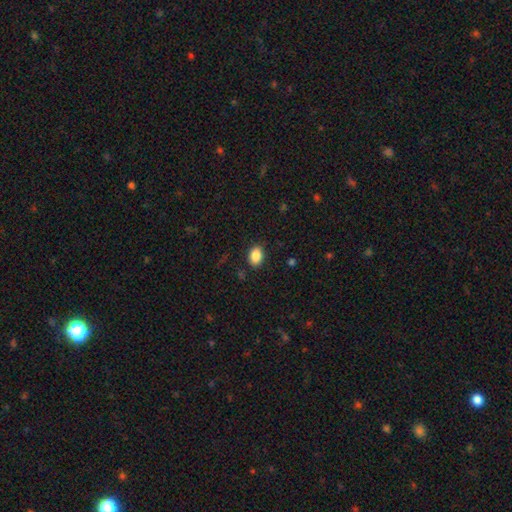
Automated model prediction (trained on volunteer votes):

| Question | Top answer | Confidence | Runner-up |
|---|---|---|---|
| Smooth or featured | smooth | 87% | star or artifact (8%) |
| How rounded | in between | 79% | round (20%) |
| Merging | none | 88% | minor disturbance (9%) |